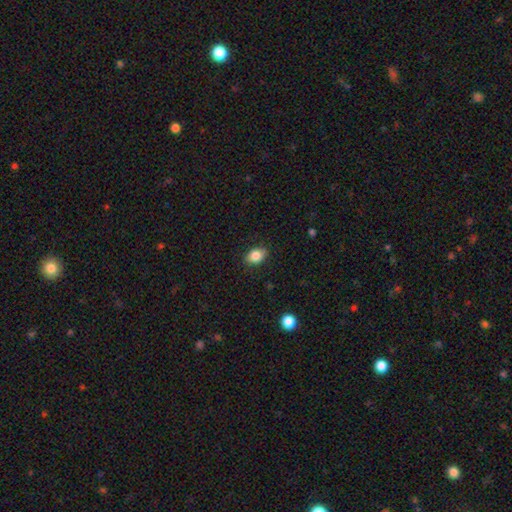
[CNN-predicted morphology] Smooth or featured? Predicted: smooth (p=0.83). How rounded? Predicted: in between (p=0.81). Merging? Predicted: none (p=0.86).